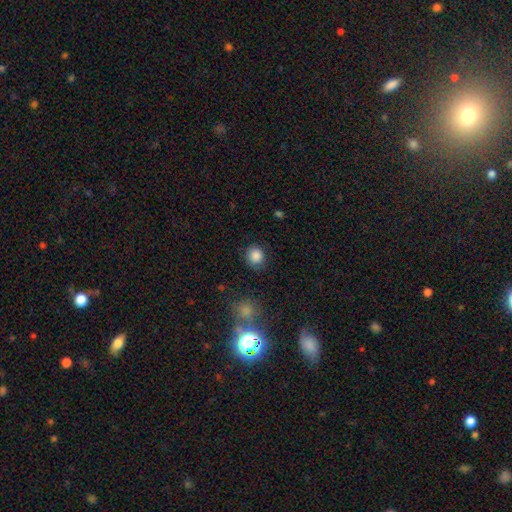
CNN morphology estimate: Q: Smooth or featured?
A: smooth (86%); runner-up: star or artifact (10%)
Q: How rounded?
A: round (82%); runner-up: in between (17%)
Q: Merging?
A: none (83%); runner-up: minor disturbance (11%)